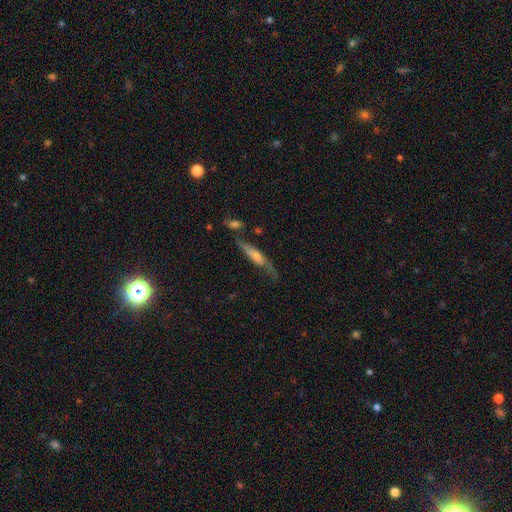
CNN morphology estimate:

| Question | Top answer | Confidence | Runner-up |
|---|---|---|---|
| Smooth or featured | featured or disk | 64% | smooth (28%) |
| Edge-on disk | yes | 77% | no (23%) |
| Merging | none | 56% | minor disturbance (23%) |